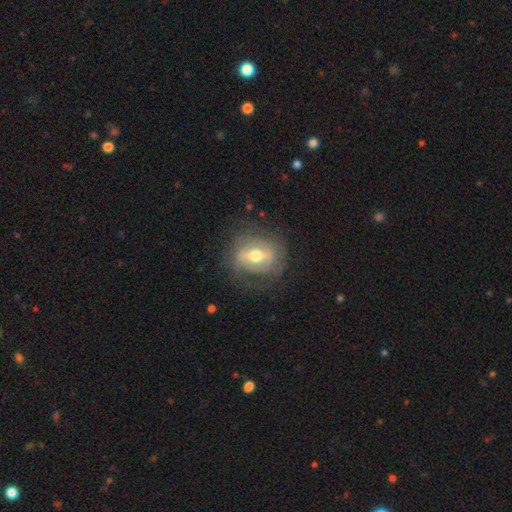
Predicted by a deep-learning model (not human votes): smooth-or-featured: featured or disk: 73% | smooth: 20% | star or artifact: 7%
  disk-edge-on: no: 88% | yes: 12%
    bar: strong: 54% | weak: 33% | no: 13%
    has-spiral-arms: yes: 60% | no: 40%
    bulge-size: moderate: 72% | small: 15% | large: 11% | dominant: 1% | none: 1%
  merging: none: 74% | minor disturbance: 16% | major disturbance: 9% | merger: 1%